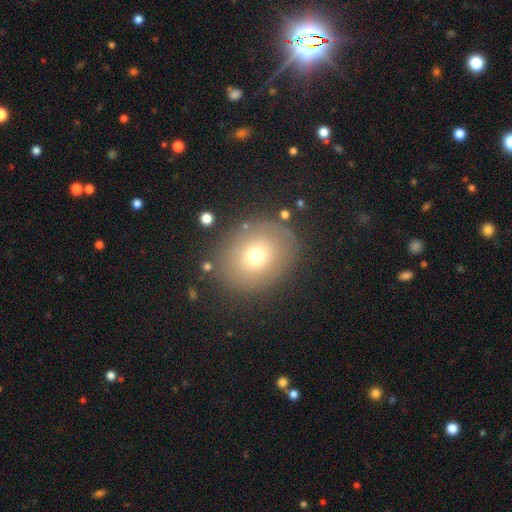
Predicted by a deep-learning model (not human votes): Smooth or featured? Predicted: smooth (p=0.67). How rounded? Predicted: round (p=0.65). Merging? Predicted: none (p=0.82).